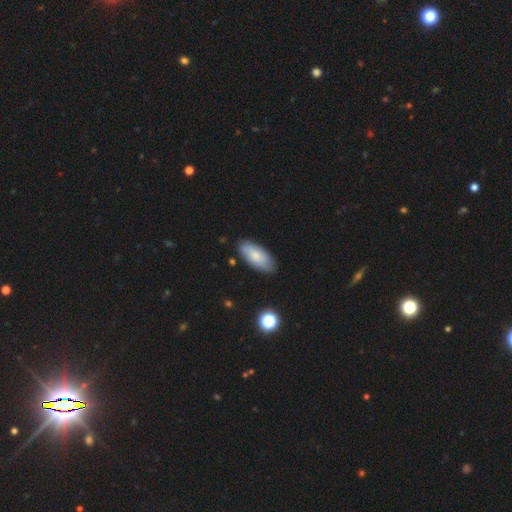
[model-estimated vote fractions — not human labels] Smooth or featured?
  - smooth: 75% *
  - featured or disk: 19%
  - star or artifact: 6%
How rounded?
  - in between: 87% *
  - cigar-shaped: 11%
  - round: 2%
Merging?
  - none: 83% *
  - minor disturbance: 13%
  - major disturbance: 2%
  - merger: 2%